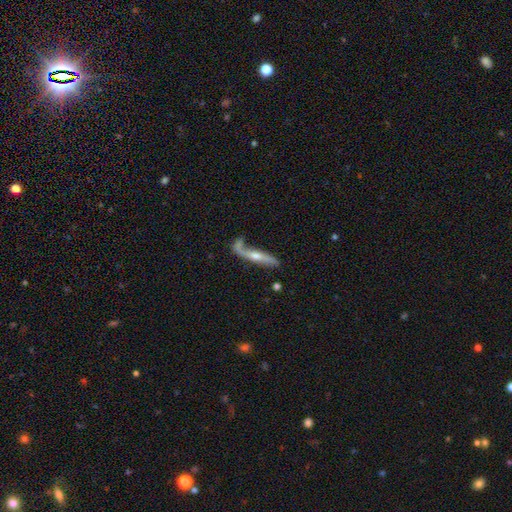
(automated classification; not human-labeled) A featured or disk galaxy (72%) viewed edge-on (62%). Merging: none (54%).